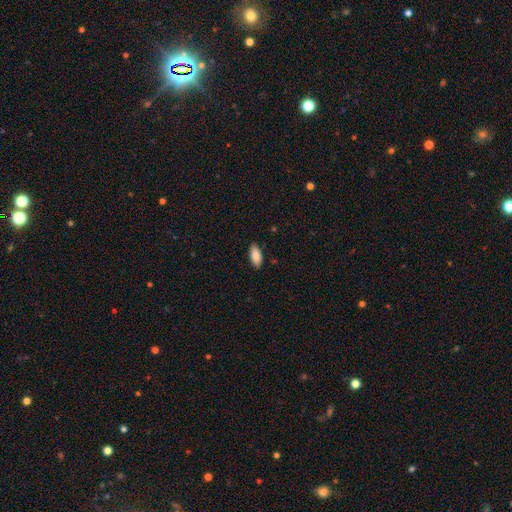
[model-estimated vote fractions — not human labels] This is clearly a smooth galaxy (87%). How rounded: clearly in between (89%). Merging: clearly none (88%).